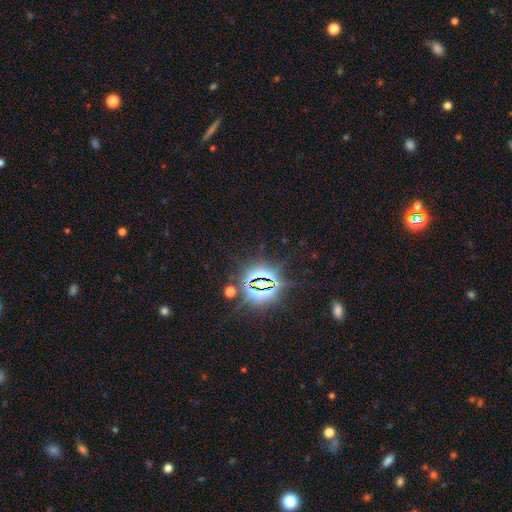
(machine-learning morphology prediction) smooth-or-featured: star or artifact: 83% | smooth: 10% | featured or disk: 7%